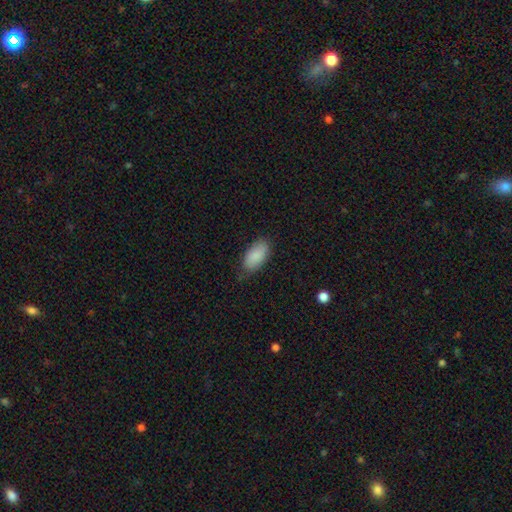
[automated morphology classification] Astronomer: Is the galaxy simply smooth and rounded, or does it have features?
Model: smooth — 88%.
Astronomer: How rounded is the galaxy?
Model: in between — 93%.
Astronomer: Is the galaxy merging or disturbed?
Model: none — 73%.